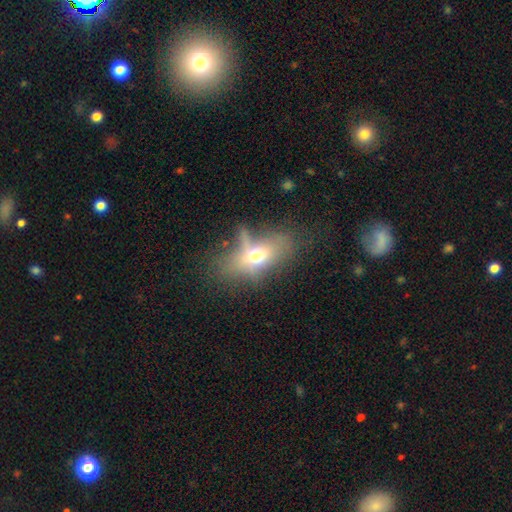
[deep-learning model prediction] Smooth or featured: smooth — 55% (featured or disk — 32%)
How rounded: in between — 78% (round — 14%)
Merging: none — 40% (major disturbance — 26%)